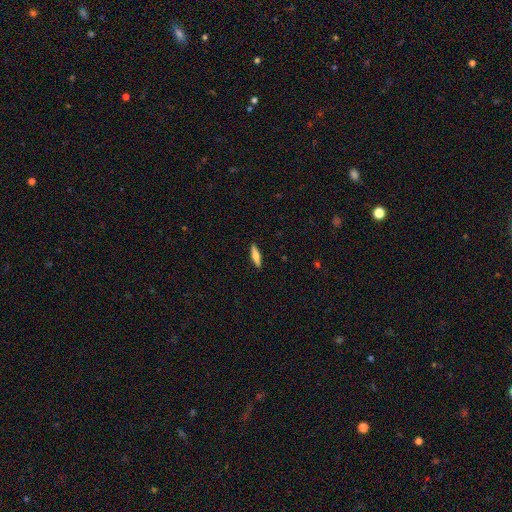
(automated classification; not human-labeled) The model was most divided on "smooth or featured": smooth: 63%, featured or disk: 31%, star or artifact: 6%. More confident: merging — none (90%); how rounded — cigar-shaped (71%).